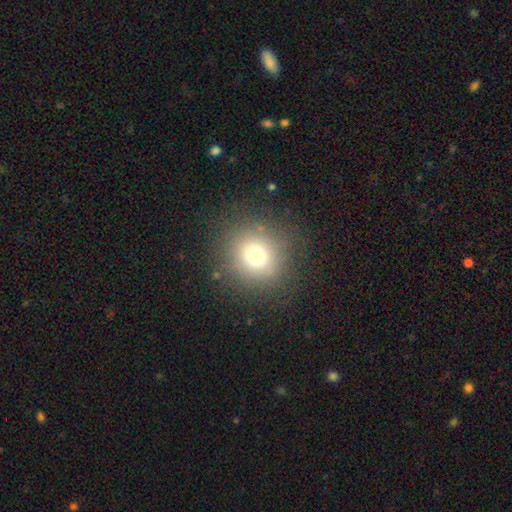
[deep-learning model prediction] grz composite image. It shows a smooth galaxy with no disk features (71%) that is round (92%). Merging: none (86%).